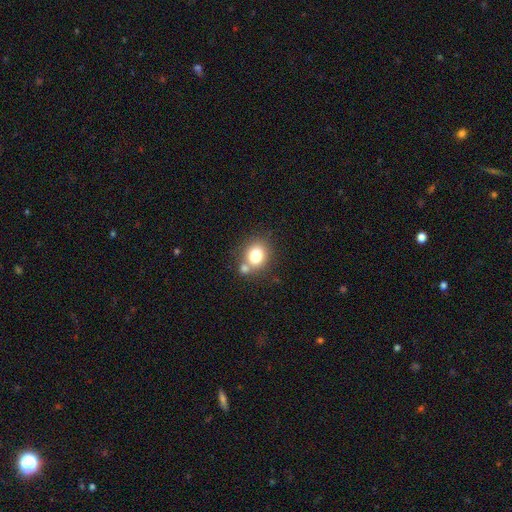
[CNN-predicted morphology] The model was most divided on "merging": none: 60%, merger: 25%, minor disturbance: 12%, major disturbance: 4%. More confident: smooth or featured — smooth (77%); how rounded — round (67%).